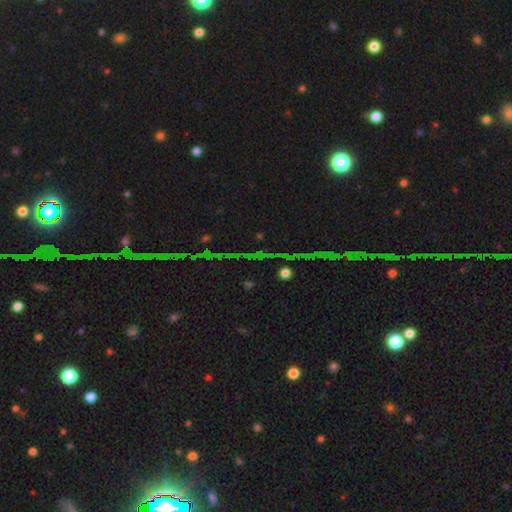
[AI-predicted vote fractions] A star or artifact, not a galaxy (79%).

Vote fractions:
- Smooth or featured? star or artifact: 79% / featured or disk: 11% / smooth: 10%